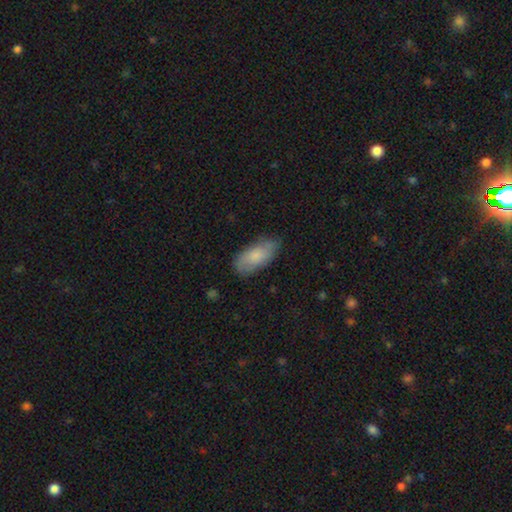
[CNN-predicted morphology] Smooth or featured: smooth — 78% (featured or disk — 16%)
How rounded: in between — 88% (cigar-shaped — 10%)
Merging: none — 75% (minor disturbance — 20%)